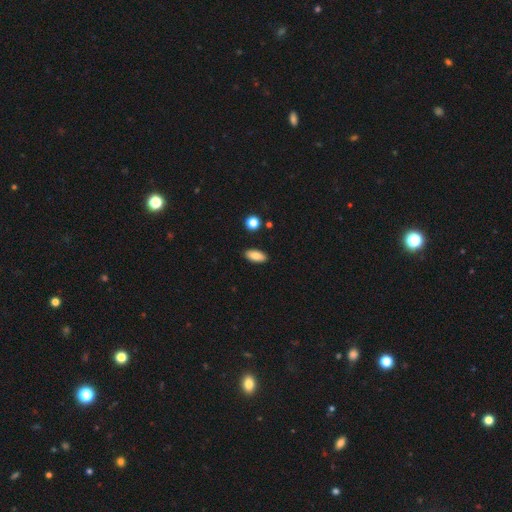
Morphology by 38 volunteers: This is likely a smooth galaxy (79%). How rounded: clearly in between (87%). Merging: clearly none (88%).